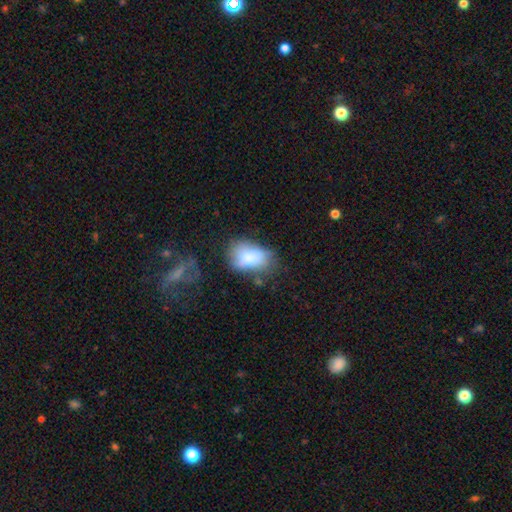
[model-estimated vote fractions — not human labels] Morphology: type=smooth (75%); roundness=in between (85%); merging=none (44%).